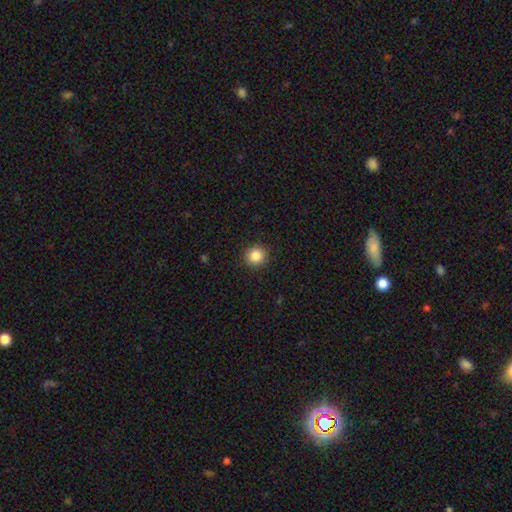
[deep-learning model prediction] smooth-or-featured: smooth: 86% | star or artifact: 10% | featured or disk: 4%
  how-rounded: round: 93% | in between: 6% | cigar-shaped: 1%
  merging: none: 92% | minor disturbance: 5% | major disturbance: 2% | merger: 1%